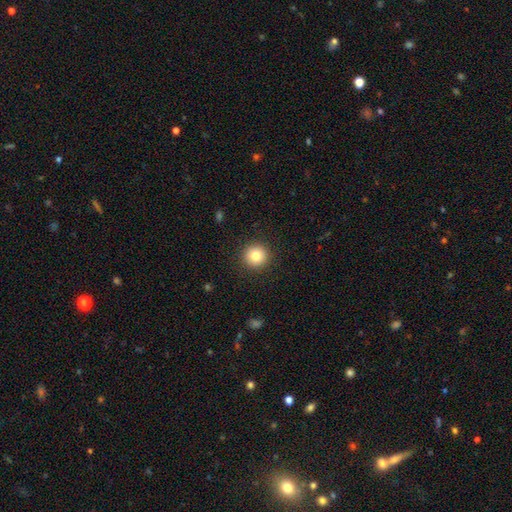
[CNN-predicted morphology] The model was most divided on "smooth or featured": smooth: 82%, star or artifact: 10%, featured or disk: 8%. More confident: how rounded — round (95%); merging — none (92%).